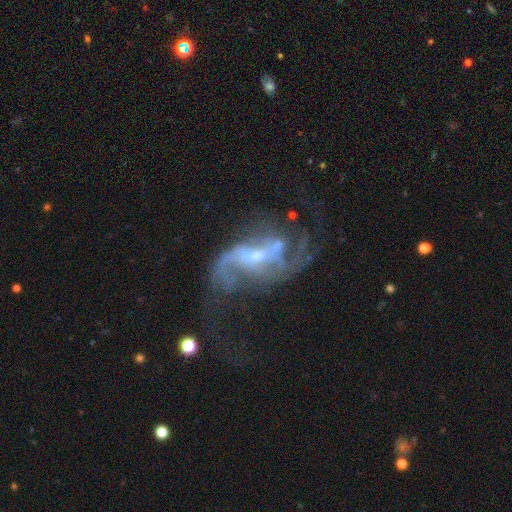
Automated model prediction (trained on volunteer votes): smooth_or_featured: featured or disk (p=0.85) [alt: star or artifact p=0.09]
disk_edge_on: no (p=0.96) [alt: yes p=0.04]
bar: weak (p=0.43) [alt: no p=0.35]
has_spiral_arms: yes (p=0.88) [alt: no p=0.12]
spiral_winding: loose (p=0.66) [alt: medium p=0.26]
spiral_arm_count: 2 (p=0.53) [alt: can't tell p=0.17]
bulge_size: small (p=0.55) [alt: moderate p=0.35]
merging: major disturbance (p=0.34) [alt: none p=0.33]